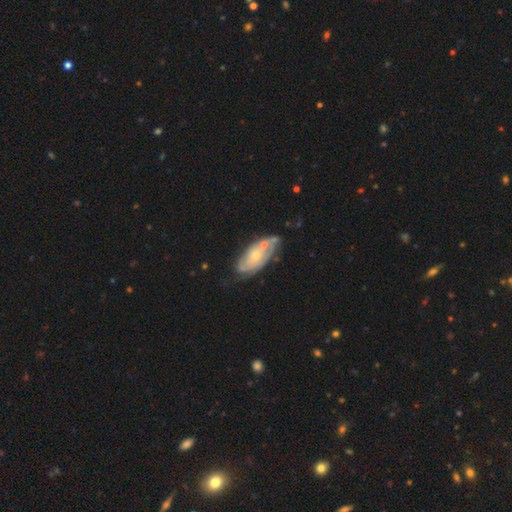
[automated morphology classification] This appears to be a featured or disk galaxy (60%) with no bar (82%), spiral arms (62%) and a small central bulge (64%). Merging: none (51%).